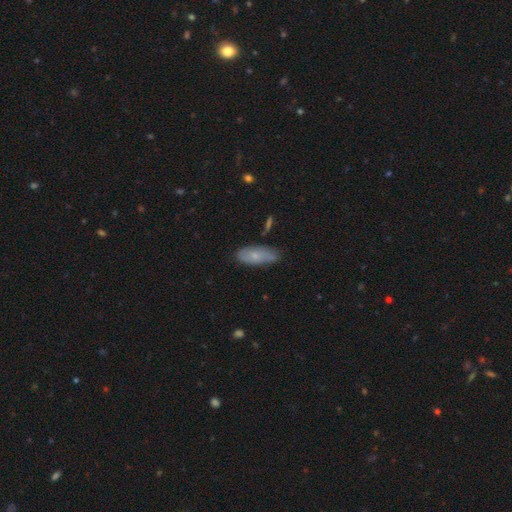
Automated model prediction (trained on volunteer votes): Morphology: type=smooth (68%); roundness=in between (77%); merging=none (69%).